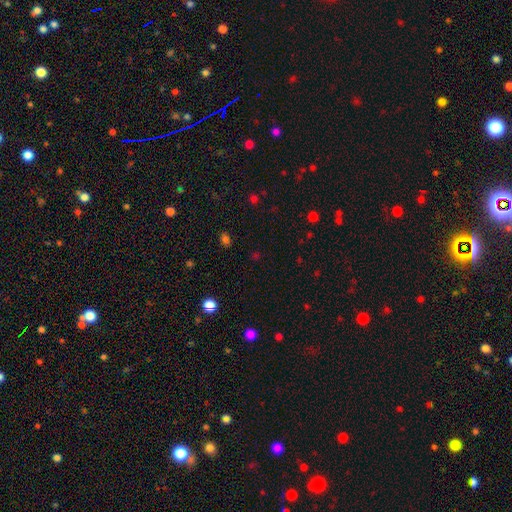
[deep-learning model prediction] A star or artifact, not a galaxy (51%).

Vote fractions:
- Smooth or featured? star or artifact: 51% / smooth: 43% / featured or disk: 7%